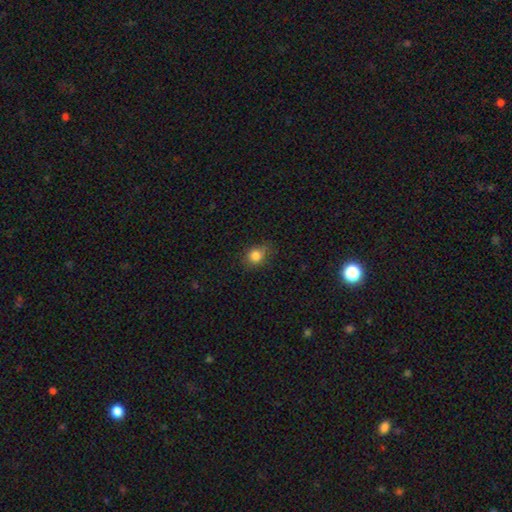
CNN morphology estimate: A smooth galaxy with no disk features (82%) that is round (59%). Merging: none (71%).